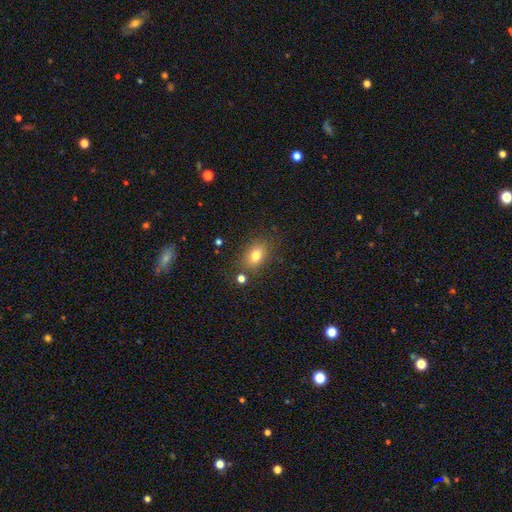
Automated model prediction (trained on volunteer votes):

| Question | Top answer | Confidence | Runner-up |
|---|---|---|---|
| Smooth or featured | smooth | 77% | star or artifact (12%) |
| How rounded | in between | 75% | round (24%) |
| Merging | none | 77% | minor disturbance (13%) |